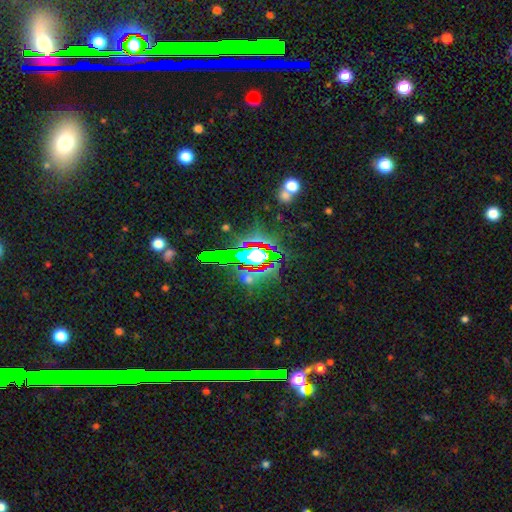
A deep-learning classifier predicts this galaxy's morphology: Q: Smooth or featured?
A: star or artifact (66%); runner-up: smooth (19%)